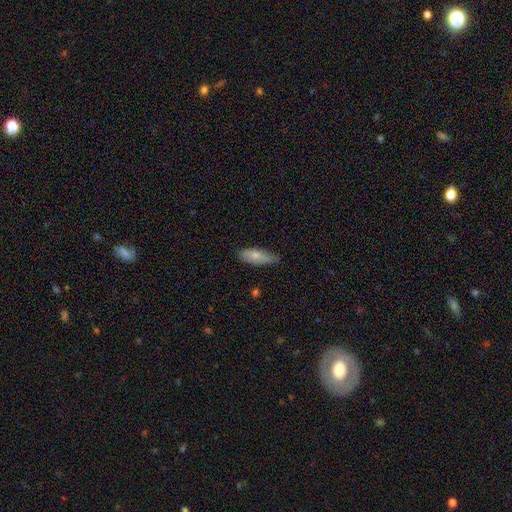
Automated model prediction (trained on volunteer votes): smooth-or-featured: smooth: 70% | featured or disk: 24% | star or artifact: 6%
  how-rounded: in between: 72% | cigar-shaped: 25% | round: 3%
  merging: none: 66% | minor disturbance: 29% | major disturbance: 4% | merger: 1%